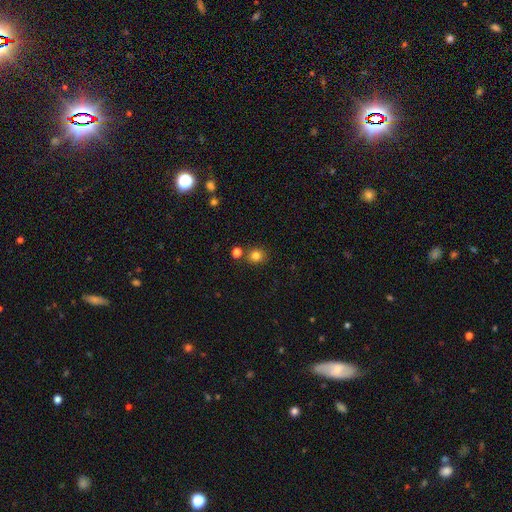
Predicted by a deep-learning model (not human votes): smooth 81%, star or artifact 14%, featured or disk 5%. Down the decision tree: how rounded — round (84%); merging — none (79%).